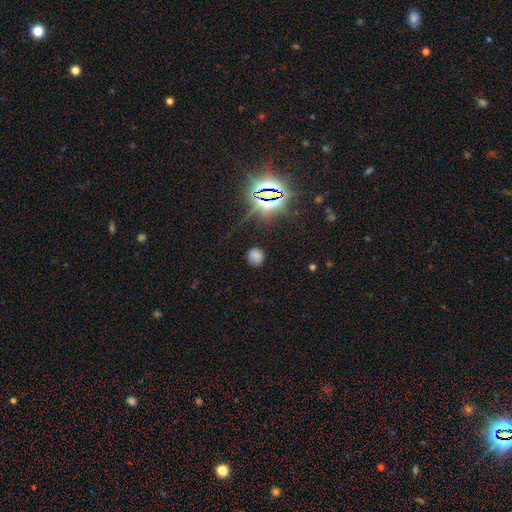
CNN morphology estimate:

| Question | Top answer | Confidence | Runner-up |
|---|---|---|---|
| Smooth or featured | smooth | 67% | star or artifact (25%) |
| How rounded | round | 77% | in between (21%) |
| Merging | none | 80% | minor disturbance (13%) |